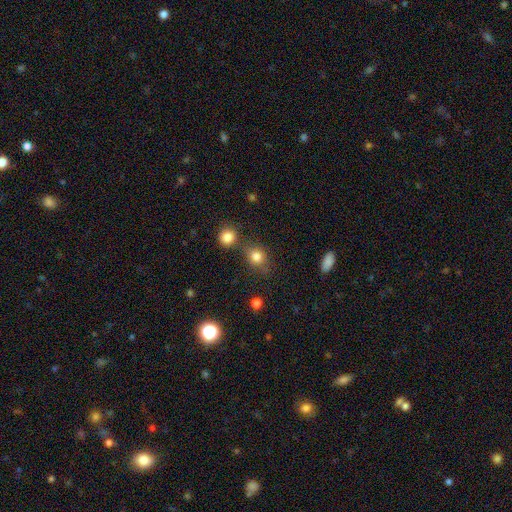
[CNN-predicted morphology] Smooth or featured: smooth — 81% (star or artifact — 13%)
How rounded: round — 72% (in between — 26%)
Merging: none — 69% (merger — 15%)